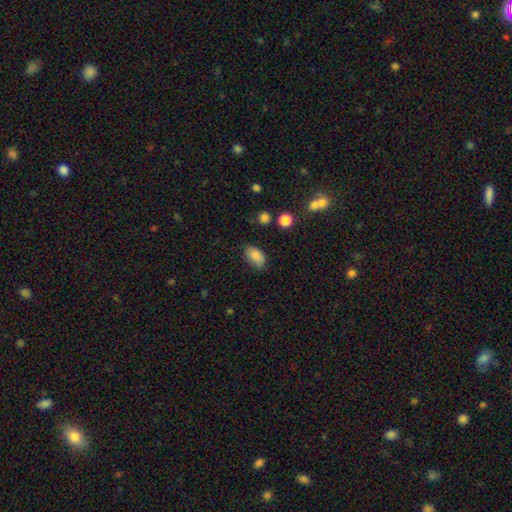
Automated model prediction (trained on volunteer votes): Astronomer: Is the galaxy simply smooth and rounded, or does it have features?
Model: smooth — 86%.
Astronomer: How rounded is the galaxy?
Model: in between — 91%.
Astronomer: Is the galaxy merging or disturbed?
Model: none — 76%.